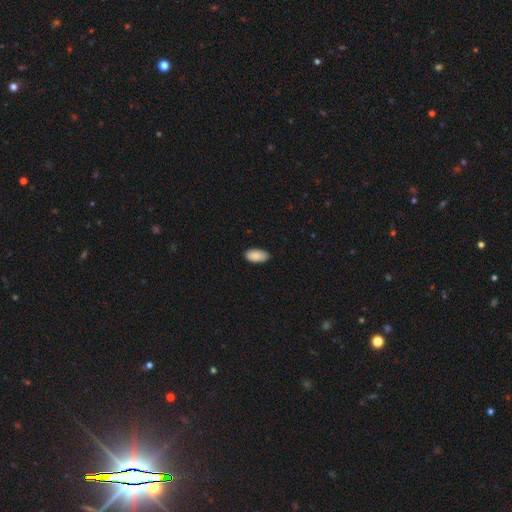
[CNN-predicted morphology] type=smooth (89%); roundness=in between (95%); merging=none (82%).